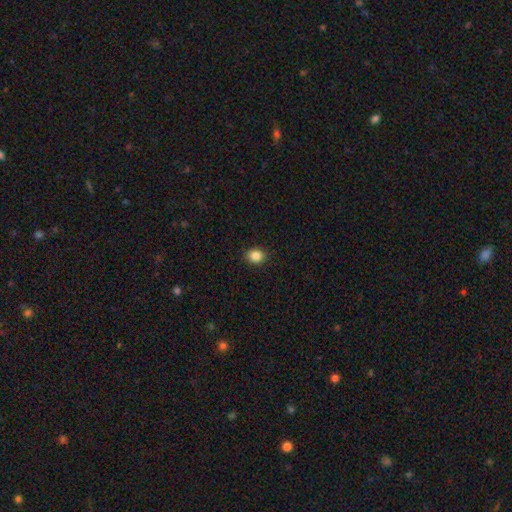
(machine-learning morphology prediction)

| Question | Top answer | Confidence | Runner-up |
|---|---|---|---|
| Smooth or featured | smooth | 86% | star or artifact (10%) |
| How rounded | round | 65% | in between (34%) |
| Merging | none | 91% | minor disturbance (7%) |